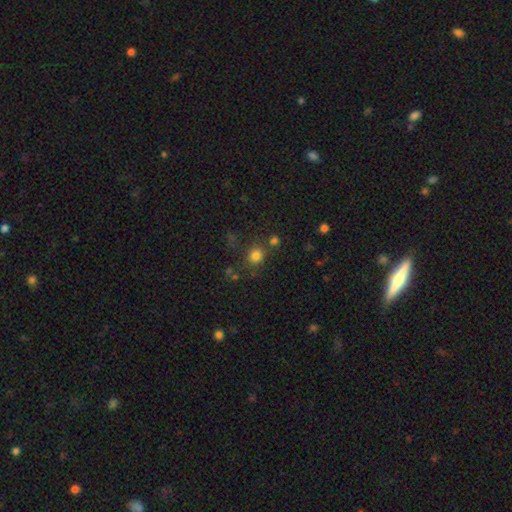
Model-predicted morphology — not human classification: Smooth or featured: smooth — 78% (star or artifact — 16%)
How rounded: round — 88% (in between — 12%)
Merging: none — 75% (minor disturbance — 11%)